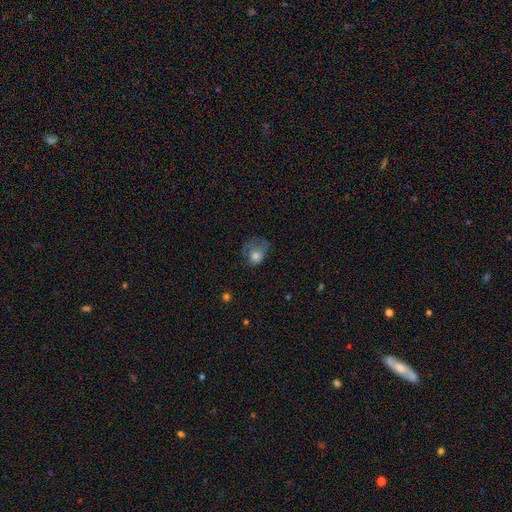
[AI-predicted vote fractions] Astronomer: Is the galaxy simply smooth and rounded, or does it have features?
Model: smooth — 62%.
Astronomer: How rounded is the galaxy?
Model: round — 51% (runner-up: in between, 48%).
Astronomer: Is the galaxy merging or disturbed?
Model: major disturbance — 40% (runner-up: none, 31%).